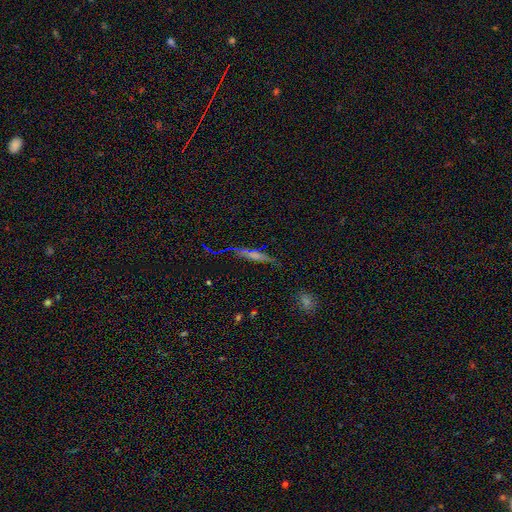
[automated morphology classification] Overall: featured or disk (48%; smooth 28%). Merging: none (80%).